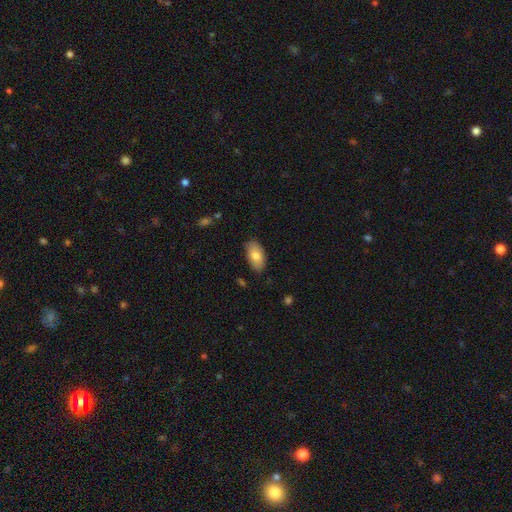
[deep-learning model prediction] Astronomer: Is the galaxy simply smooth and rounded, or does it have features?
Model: smooth — 80%.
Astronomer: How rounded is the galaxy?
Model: in between — 94%.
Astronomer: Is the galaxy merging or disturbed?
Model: none — 84%.